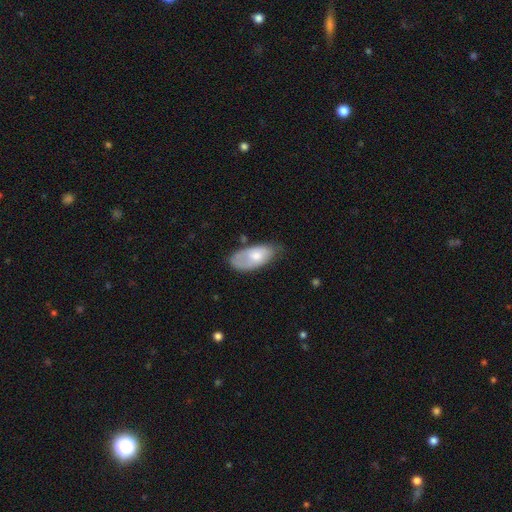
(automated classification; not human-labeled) The model was most divided on "merging": none: 50%, minor disturbance: 34%, major disturbance: 12%, merger: 4%. More confident: how rounded — in between (93%); smooth or featured — smooth (66%).